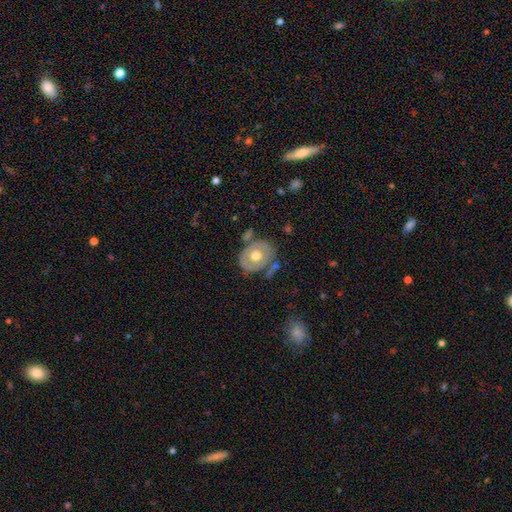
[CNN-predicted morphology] Smooth or featured? smooth (48%)
Merging? none (69%)